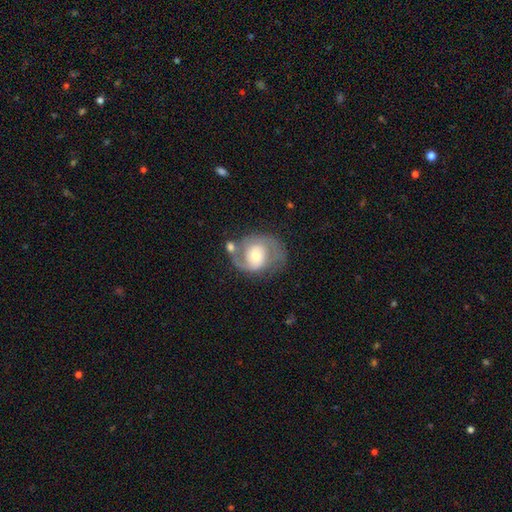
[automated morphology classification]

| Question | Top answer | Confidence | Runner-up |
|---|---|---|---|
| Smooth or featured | featured or disk | 80% | smooth (14%) |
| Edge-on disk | no | 98% | yes (2%) |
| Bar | no | 58% | weak (33%) |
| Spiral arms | yes | 92% | no (8%) |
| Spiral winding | medium | 51% | tight (29%) |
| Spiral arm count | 2 | 81% | 1 (9%) |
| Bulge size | moderate | 60% | small (29%) |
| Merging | none | 55% | minor disturbance (18%) |